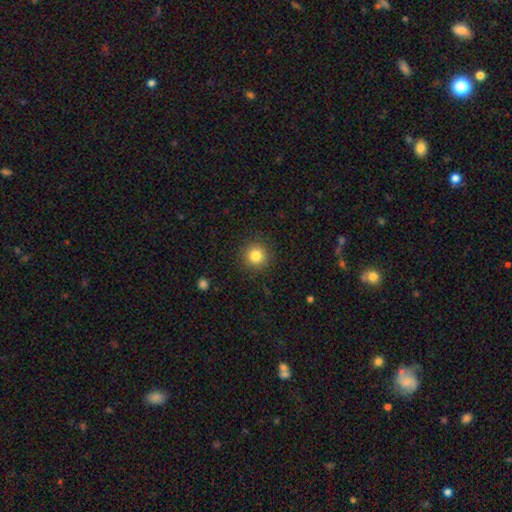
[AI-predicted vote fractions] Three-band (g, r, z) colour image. It shows a smooth galaxy with no disk features (83%) that is round (95%). Merging: none (91%).